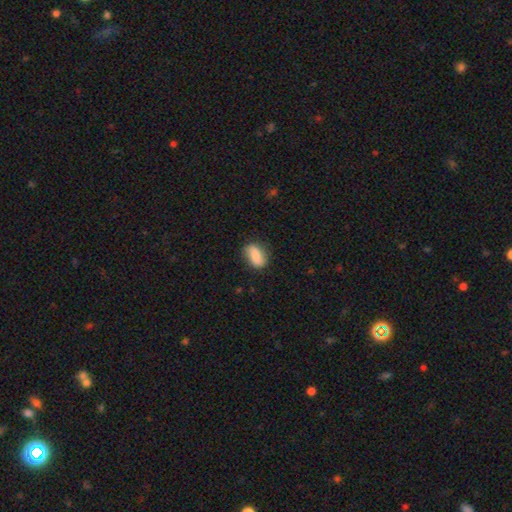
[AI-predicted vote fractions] smooth_or_featured: smooth (p=0.77) [alt: featured or disk p=0.16]
how_rounded: in between (p=0.86) [alt: round p=0.10]
merging: none (p=0.76) [alt: minor disturbance p=0.18]